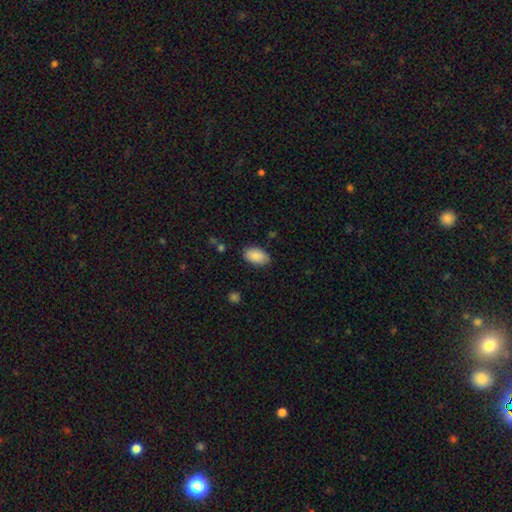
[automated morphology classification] Smooth or featured? smooth (89%)
How rounded? in between (93%)
Merging? none (85%)